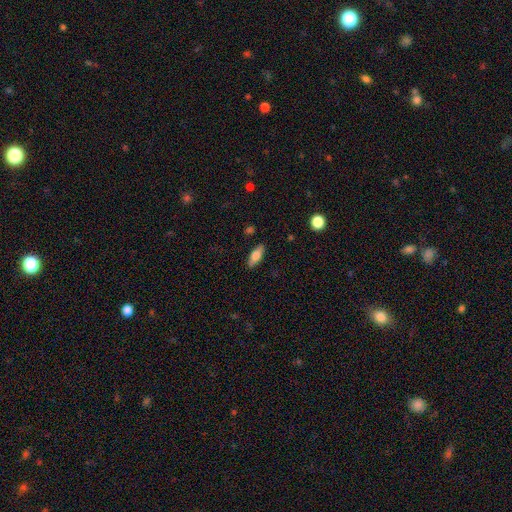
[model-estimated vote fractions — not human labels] A smooth galaxy with no disk features (71%) that is in between round and cigar-shaped (73%).

Vote fractions:
- Smooth or featured? smooth: 71% / featured or disk: 22% / star or artifact: 7%
- How rounded? in between: 73% / cigar-shaped: 25% / round: 3%
- Merging? none: 87% / minor disturbance: 9% / major disturbance: 2% / merger: 1%